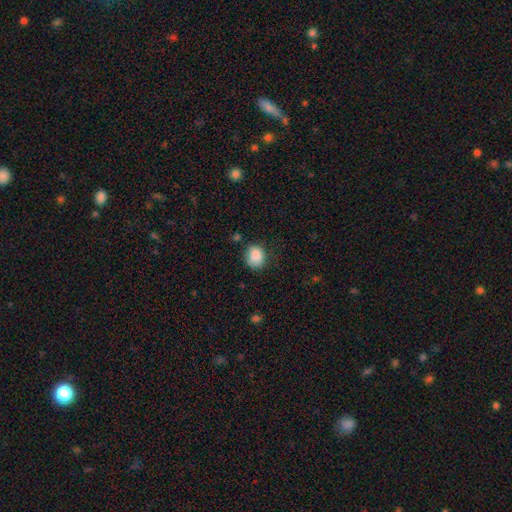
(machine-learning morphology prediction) Overall: smooth (87%). How rounded: round (62%; in between 37%). Merging: none (70%).